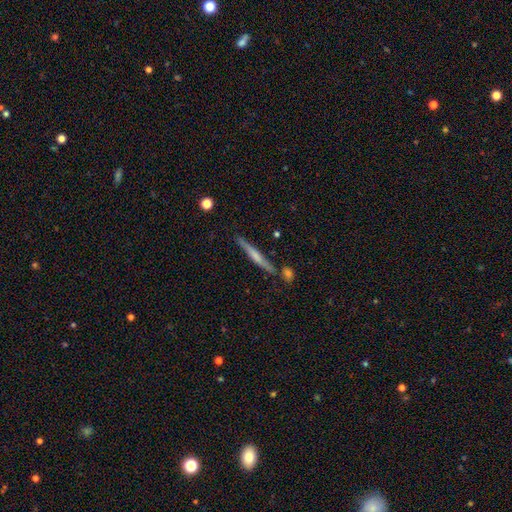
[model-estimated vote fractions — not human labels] This is possibly a featured or disk galaxy (50%). Merging: clearly none (80%).